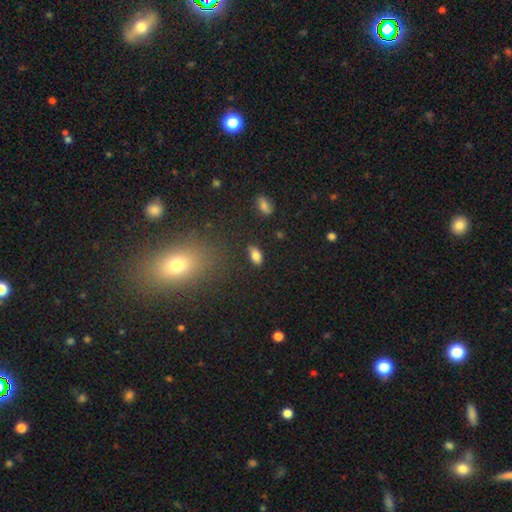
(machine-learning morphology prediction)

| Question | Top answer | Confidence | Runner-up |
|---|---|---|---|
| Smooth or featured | smooth | 82% | star or artifact (10%) |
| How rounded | in between | 91% | round (5%) |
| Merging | none | 82% | minor disturbance (13%) |